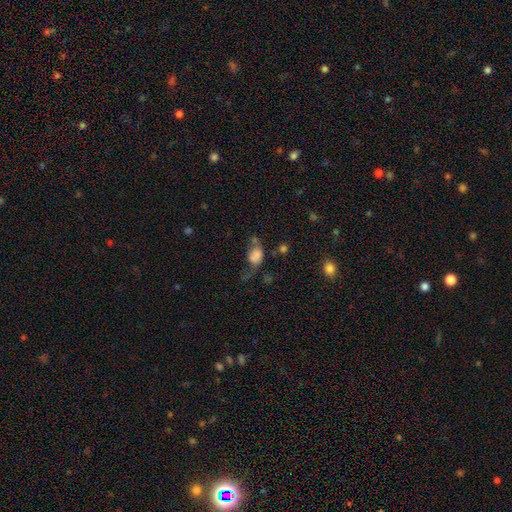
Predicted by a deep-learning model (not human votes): Overall: smooth (70%). How rounded: in between (66%; round 32%). Merging: major disturbance (37%; none 25%).